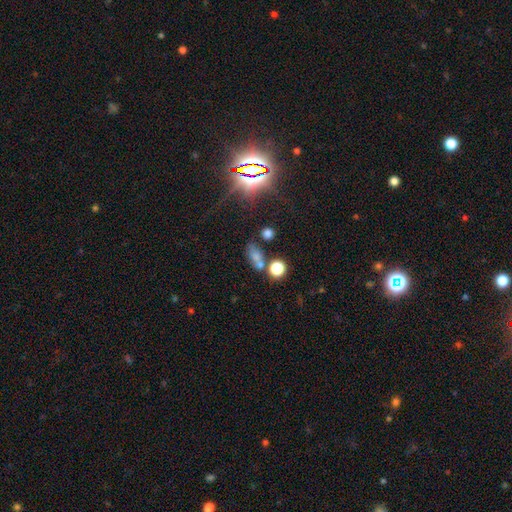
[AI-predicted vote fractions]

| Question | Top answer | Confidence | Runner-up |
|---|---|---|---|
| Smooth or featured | smooth | 63% | star or artifact (23%) |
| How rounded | in between | 65% | round (26%) |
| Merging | none | 51% | merger (26%) |